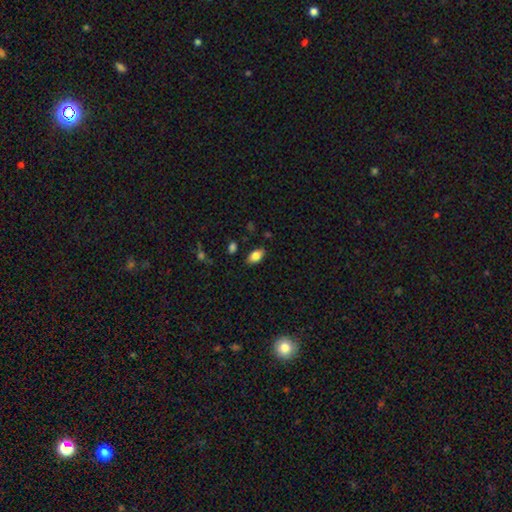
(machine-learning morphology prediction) Q: Smooth or featured?
A: smooth (82%); runner-up: featured or disk (10%)
Q: How rounded?
A: in between (91%); runner-up: round (5%)
Q: Merging?
A: none (86%); runner-up: minor disturbance (10%)